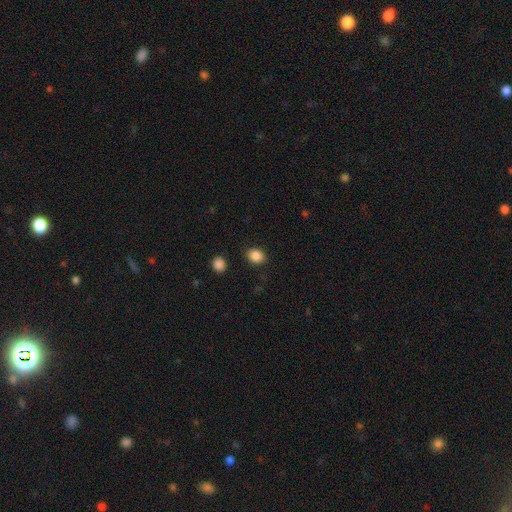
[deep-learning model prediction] Q: Smooth or featured?
A: smooth (87%); runner-up: star or artifact (10%)
Q: How rounded?
A: round (56%); runner-up: in between (43%)
Q: Merging?
A: none (87%); runner-up: minor disturbance (8%)